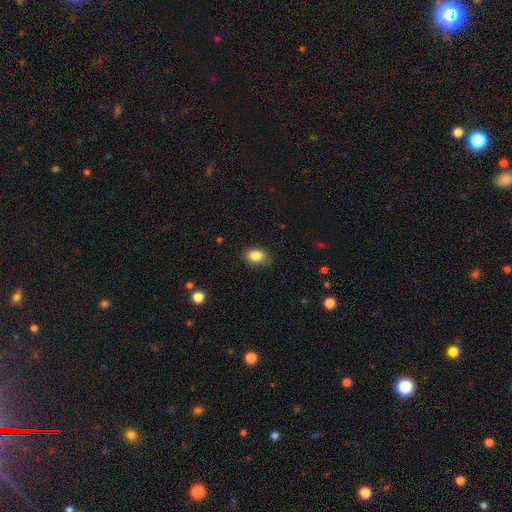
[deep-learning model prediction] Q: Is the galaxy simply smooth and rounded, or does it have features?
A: smooth — 85%.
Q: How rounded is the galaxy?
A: in between — 74%.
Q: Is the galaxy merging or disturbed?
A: none — 81%.